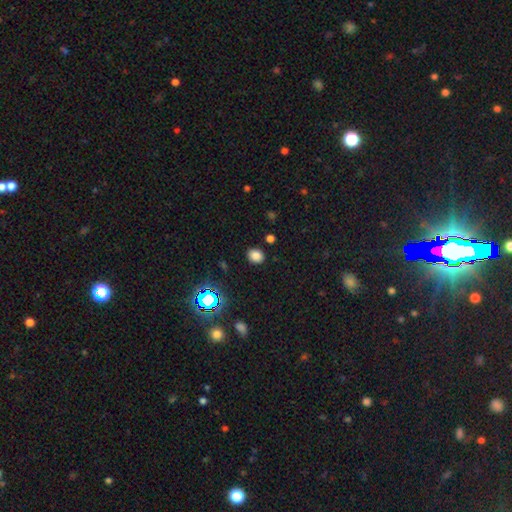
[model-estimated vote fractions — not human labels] A smooth galaxy with no disk features (77%) that is round (61%).

Vote fractions:
- Smooth or featured? smooth: 77% / star or artifact: 18% / featured or disk: 5%
- How rounded? round: 61% / in between: 38% / cigar-shaped: 1%
- Merging? none: 88% / minor disturbance: 8% / major disturbance: 3% / merger: 2%